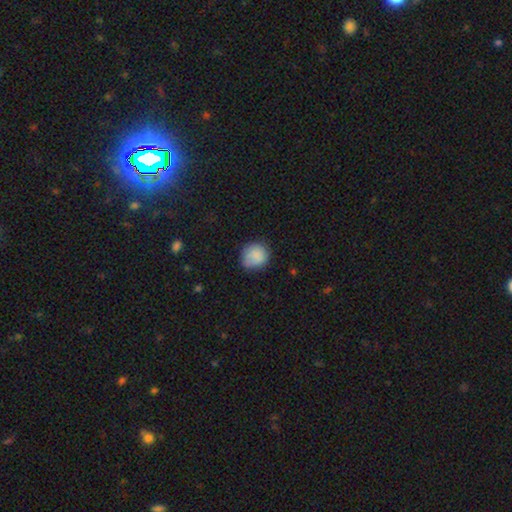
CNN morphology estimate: This appears to be a smooth galaxy with no disk features (85%) that is round (85%). Merging: none (73%).